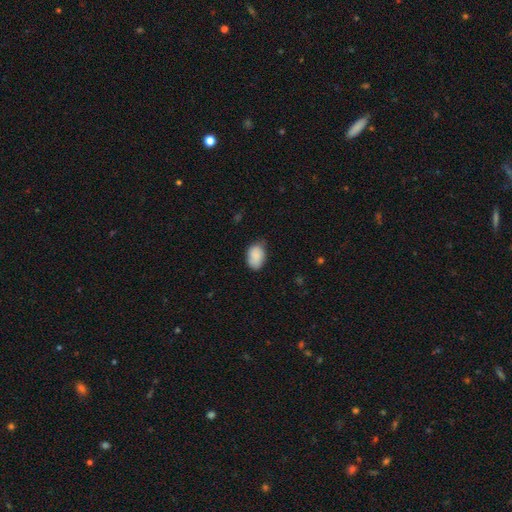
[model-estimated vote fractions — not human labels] The model was most divided on "merging": none: 64%, minor disturbance: 29%, major disturbance: 5%, merger: 1%. More confident: smooth or featured — smooth (87%); how rounded — in between (85%).